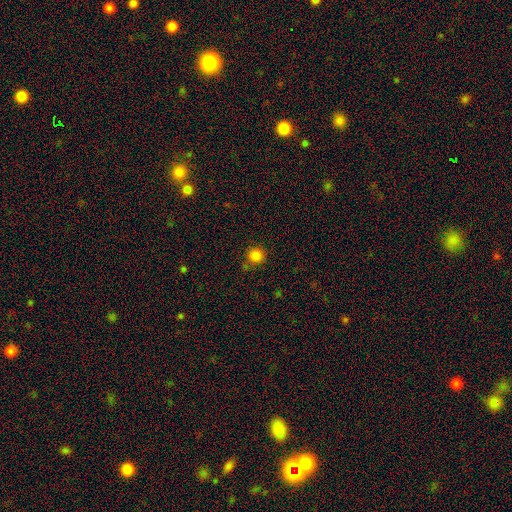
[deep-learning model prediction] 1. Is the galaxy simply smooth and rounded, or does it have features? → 84% smooth, 12% star or artifact, 4% featured or disk.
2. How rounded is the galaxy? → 94% round, 5% in between, 1% cigar-shaped.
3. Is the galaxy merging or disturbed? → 78% none, 11% minor disturbance, 7% merger, 4% major disturbance.